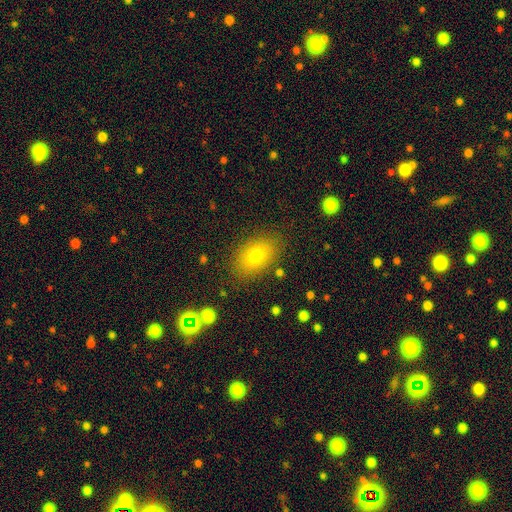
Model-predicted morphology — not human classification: A smooth galaxy with no disk features (75%) that is in between round and cigar-shaped (85%). Merging: none (84%).